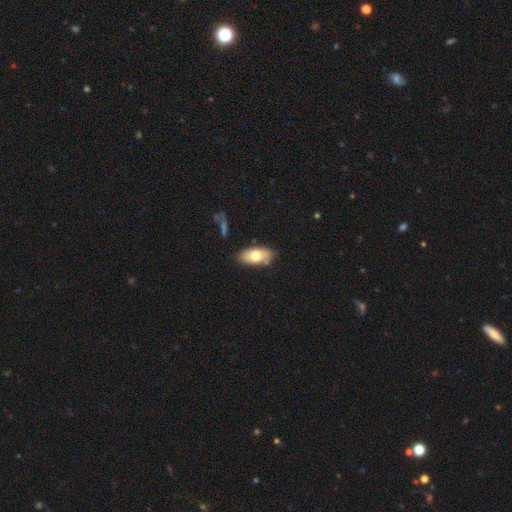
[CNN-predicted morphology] Smooth or featured? Predicted: smooth (p=0.71). How rounded? Predicted: in between (p=0.91). Merging? Predicted: none (p=0.80).